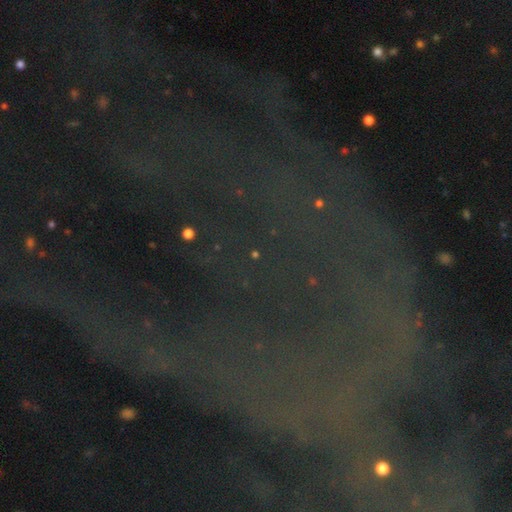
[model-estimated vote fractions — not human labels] Smooth or featured?
  - star or artifact: 78% *
  - featured or disk: 12%
  - smooth: 10%